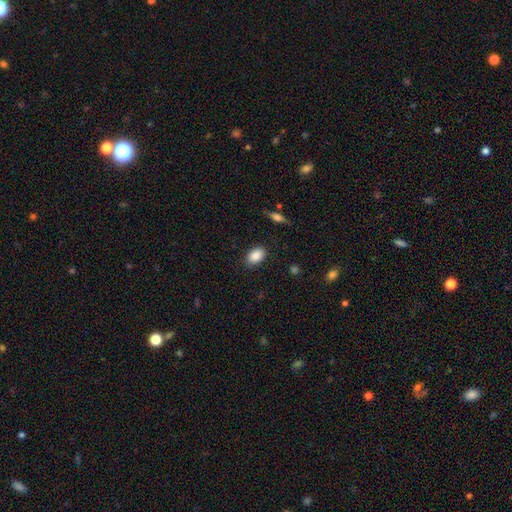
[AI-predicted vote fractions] smooth-or-featured: smooth: 88% | star or artifact: 8% | featured or disk: 4%
  how-rounded: in between: 85% | round: 13% | cigar-shaped: 2%
  merging: none: 86% | minor disturbance: 10% | major disturbance: 3% | merger: 1%